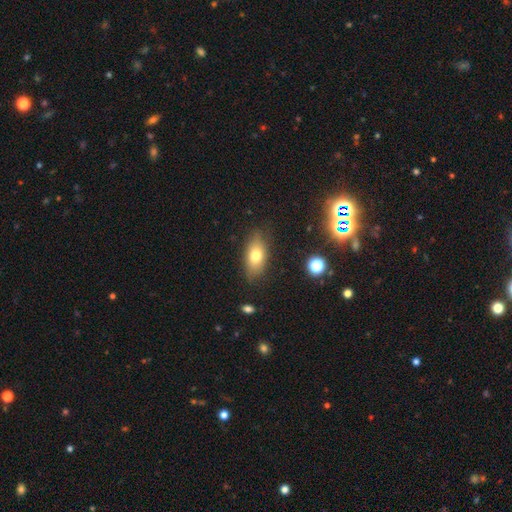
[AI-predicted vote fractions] Smooth or featured? Predicted: smooth (p=0.73). How rounded? Predicted: in between (p=0.86). Merging? Predicted: none (p=0.80).